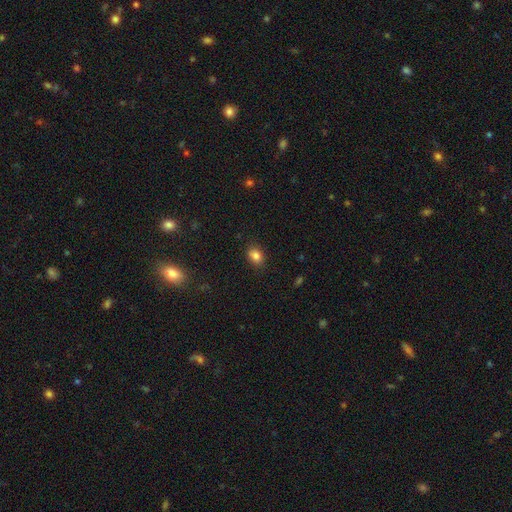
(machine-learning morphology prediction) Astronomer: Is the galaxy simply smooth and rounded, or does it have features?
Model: smooth — 83%.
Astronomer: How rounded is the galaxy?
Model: in between — 73%.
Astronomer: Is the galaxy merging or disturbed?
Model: none — 84%.